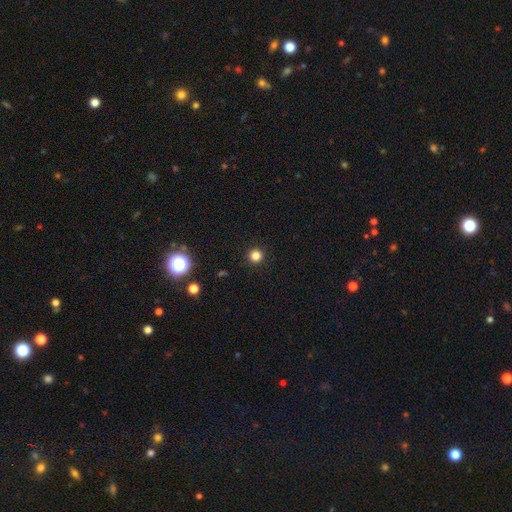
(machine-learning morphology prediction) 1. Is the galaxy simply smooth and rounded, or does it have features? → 82% smooth, 14% star or artifact, 4% featured or disk.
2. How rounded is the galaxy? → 96% round, 3% in between, 1% cigar-shaped.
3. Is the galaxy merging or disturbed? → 93% none, 4% minor disturbance, 2% major disturbance, 1% merger.